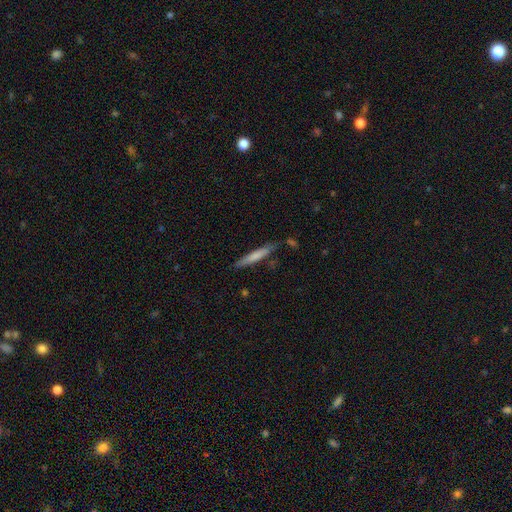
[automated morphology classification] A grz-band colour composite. It shows a smooth galaxy with no disk features (70%) that is cigar-shaped (93%). Merging: none (78%).